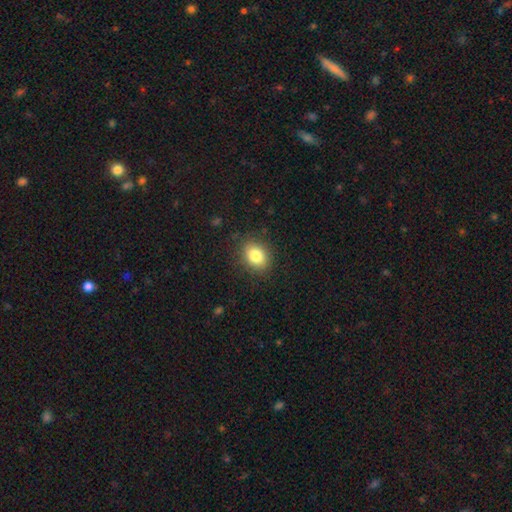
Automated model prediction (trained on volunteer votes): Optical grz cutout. It shows a smooth galaxy with no disk features (83%) that is in between round and cigar-shaped (56%). Merging: none (86%).